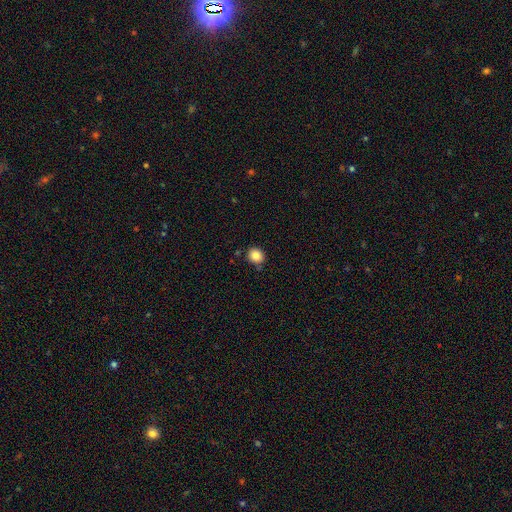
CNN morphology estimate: smooth_or_featured: smooth (p=0.84) [alt: star or artifact p=0.10]
how_rounded: round (p=0.80) [alt: in between p=0.19]
merging: none (p=0.82) [alt: minor disturbance p=0.11]